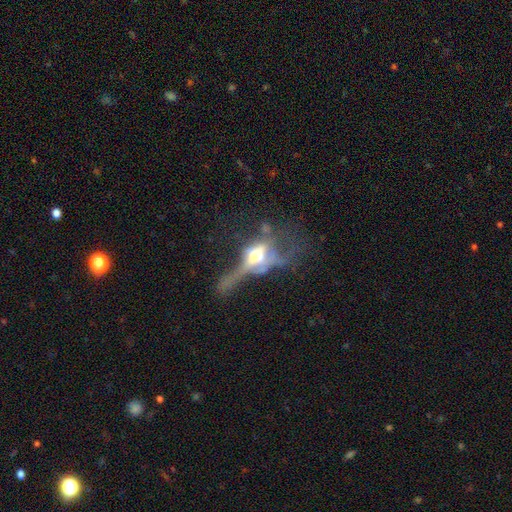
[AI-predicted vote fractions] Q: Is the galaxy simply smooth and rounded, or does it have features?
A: featured or disk — 63%.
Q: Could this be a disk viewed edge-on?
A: yes — 59%.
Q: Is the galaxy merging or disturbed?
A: major disturbance — 49%.